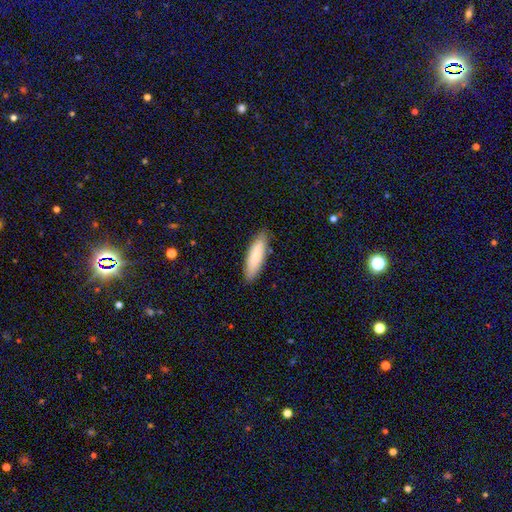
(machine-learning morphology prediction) A smooth galaxy with no disk features (84%) that is cigar-shaped (55%). Merging: none (86%).